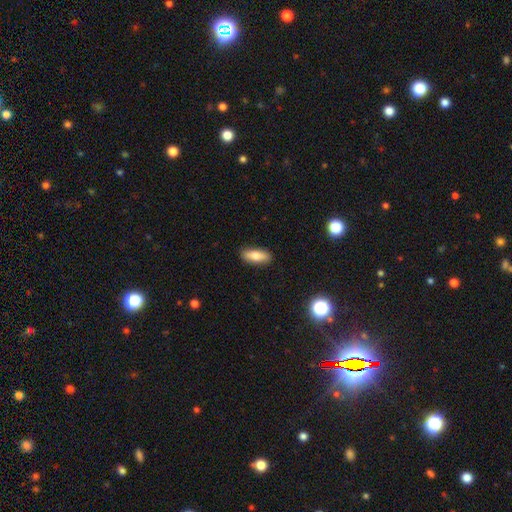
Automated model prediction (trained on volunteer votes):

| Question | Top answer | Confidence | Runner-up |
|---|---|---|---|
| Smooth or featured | smooth | 77% | featured or disk (16%) |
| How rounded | in between | 70% | cigar-shaped (27%) |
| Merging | none | 88% | minor disturbance (9%) |